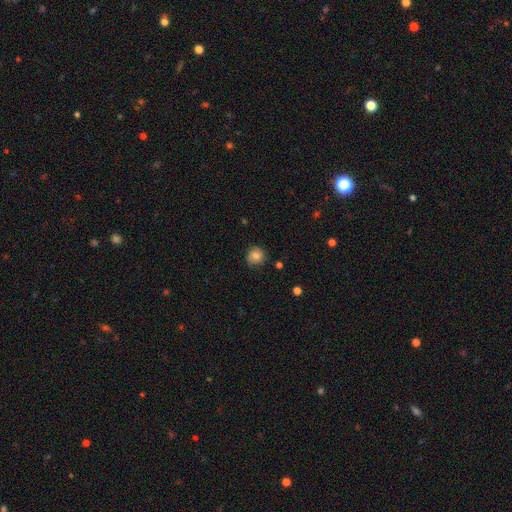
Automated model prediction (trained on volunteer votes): This appears to be a smooth galaxy with no disk features (75%) that is round (89%). Merging: none (81%).